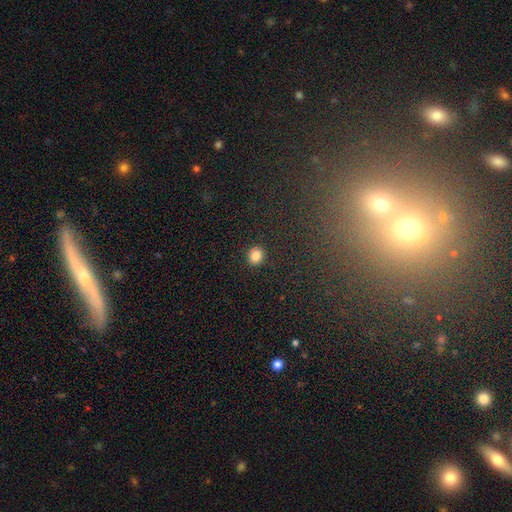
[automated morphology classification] This is clearly a smooth galaxy (83%). How rounded: clearly round (85%). Merging: clearly none (91%).